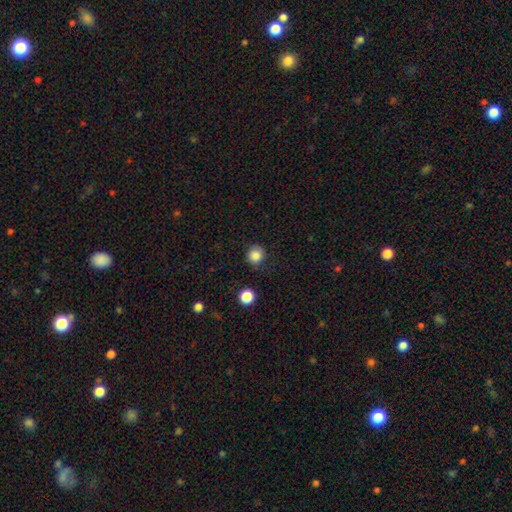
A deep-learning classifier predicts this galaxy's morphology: The model was most divided on "merging": none: 84%, minor disturbance: 11%, major disturbance: 3%, merger: 2%. More confident: how rounded — round (91%); smooth or featured — smooth (85%).